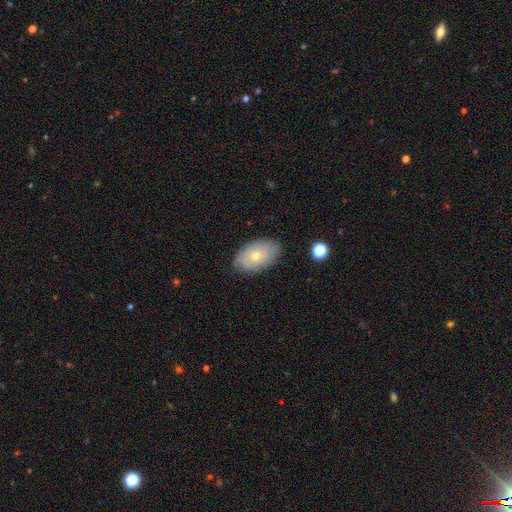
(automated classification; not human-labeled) A smooth galaxy with no disk features (66%) that is in between round and cigar-shaped (90%).

Vote fractions:
- Smooth or featured? smooth: 66% / featured or disk: 26% / star or artifact: 8%
- How rounded? in between: 90% / round: 8% / cigar-shaped: 1%
- Merging? none: 82% / minor disturbance: 13% / major disturbance: 3% / merger: 1%